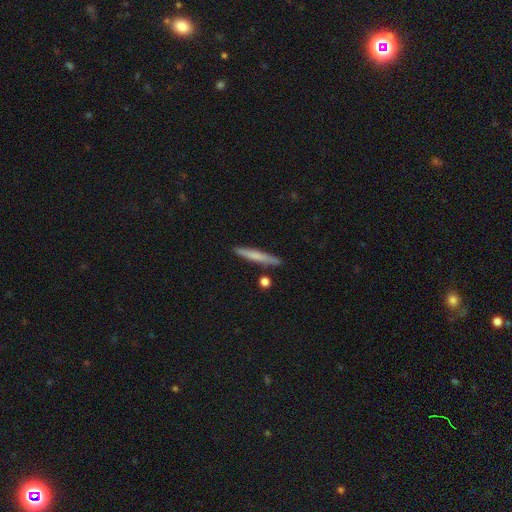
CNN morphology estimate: smooth 67%, featured or disk 27%, star or artifact 6%. Down the decision tree: how rounded — cigar-shaped (95%); merging — none (87%).